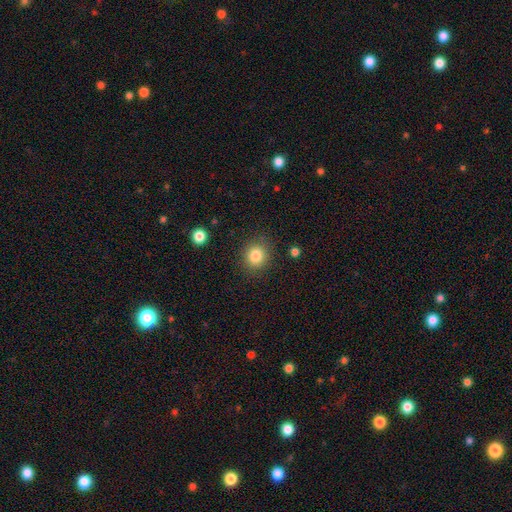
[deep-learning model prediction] Morphology: type=smooth (84%); roundness=round (80%); merging=none (85%).